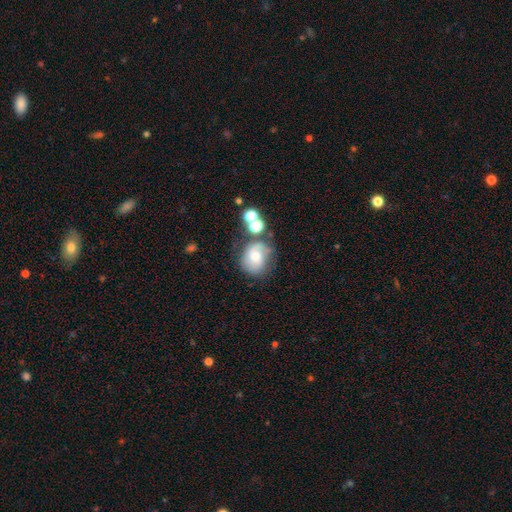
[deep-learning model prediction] A featured or disk galaxy (45%).

Vote fractions:
- Smooth or featured? featured or disk: 45% / smooth: 43% / star or artifact: 12%
- Merging? none: 50% / minor disturbance: 23% / merger: 14% / major disturbance: 13%